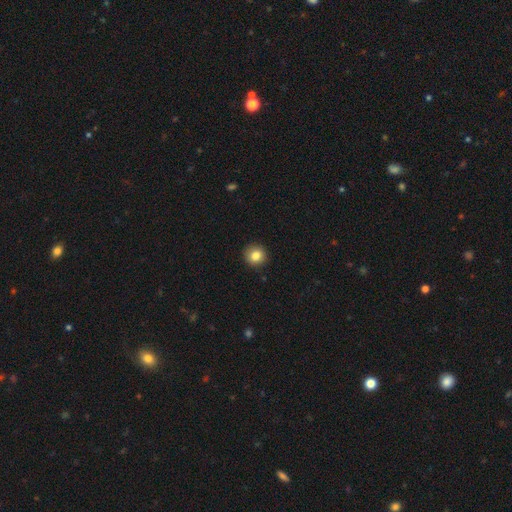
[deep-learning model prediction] smooth_or_featured: smooth (p=0.83) [alt: star or artifact p=0.10]
how_rounded: round (p=0.90) [alt: in between p=0.09]
merging: none (p=0.91) [alt: minor disturbance p=0.07]